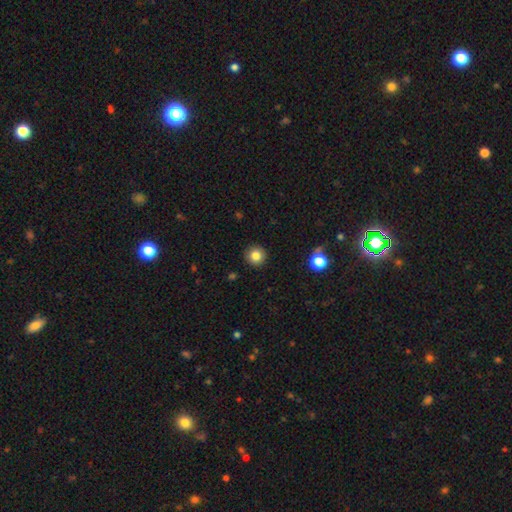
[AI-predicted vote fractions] smooth-or-featured: smooth: 83% | star or artifact: 11% | featured or disk: 6%
  how-rounded: round: 94% | in between: 5% | cigar-shaped: 1%
  merging: none: 92% | minor disturbance: 5% | major disturbance: 2% | merger: 1%